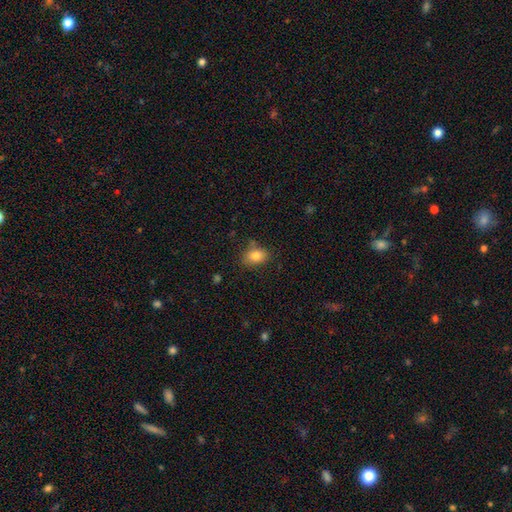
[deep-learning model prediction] smooth_or_featured: smooth (p=0.82) [alt: star or artifact p=0.10]
how_rounded: in between (p=0.74) [alt: round p=0.25]
merging: none (p=0.74) [alt: minor disturbance p=0.18]